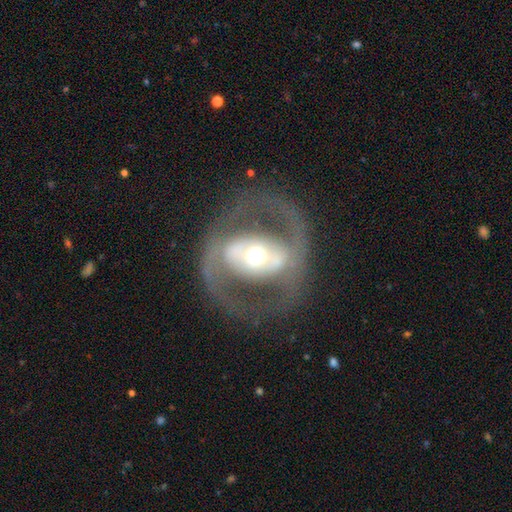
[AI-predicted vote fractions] This appears to be a featured or disk galaxy (79%) with no bar (42%), spiral arms (60%) and a moderate central bulge (57%). Merging: none (74%).